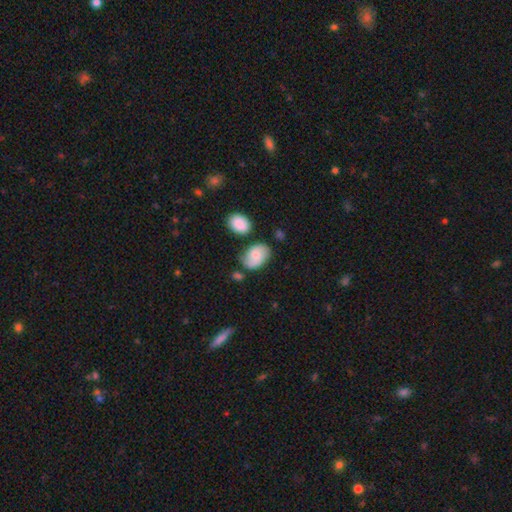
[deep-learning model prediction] smooth 59%, featured or disk 33%, star or artifact 8%. Down the decision tree: how rounded — in between (85%); merging — none (56%).